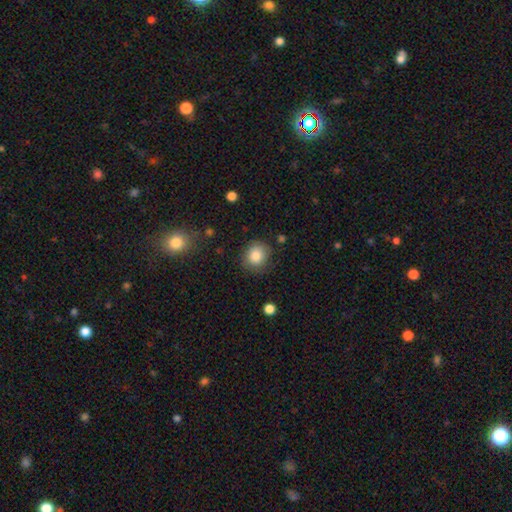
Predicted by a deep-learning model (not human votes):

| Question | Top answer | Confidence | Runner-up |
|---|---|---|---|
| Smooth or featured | smooth | 82% | star or artifact (10%) |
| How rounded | round | 79% | in between (20%) |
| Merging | none | 79% | minor disturbance (15%) |